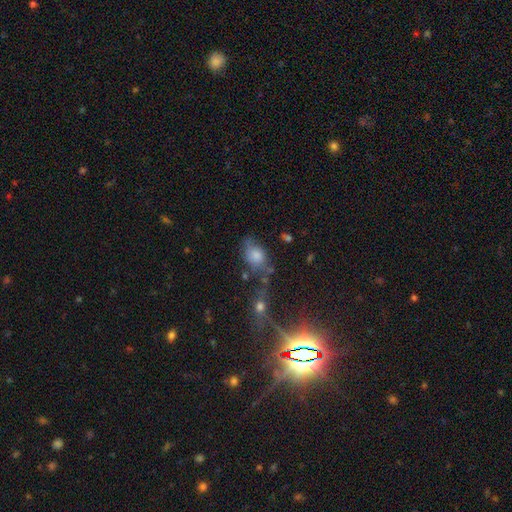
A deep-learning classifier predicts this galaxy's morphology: Overall: smooth (71%). How rounded: in between (69%). Merging: none (48%; minor disturbance 27%).